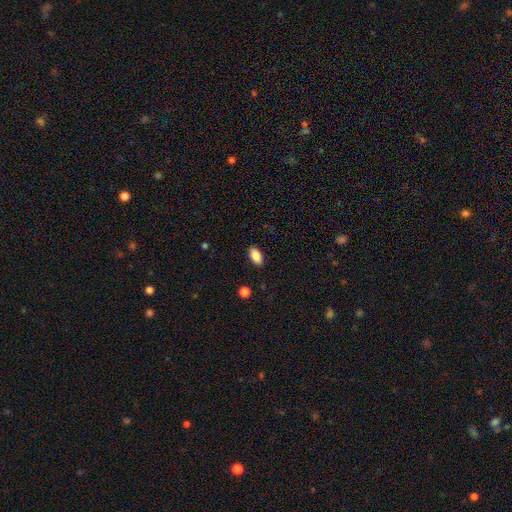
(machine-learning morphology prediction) smooth 87%, star or artifact 8%, featured or disk 6%. Down the decision tree: how rounded — in between (92%); merging — none (87%).